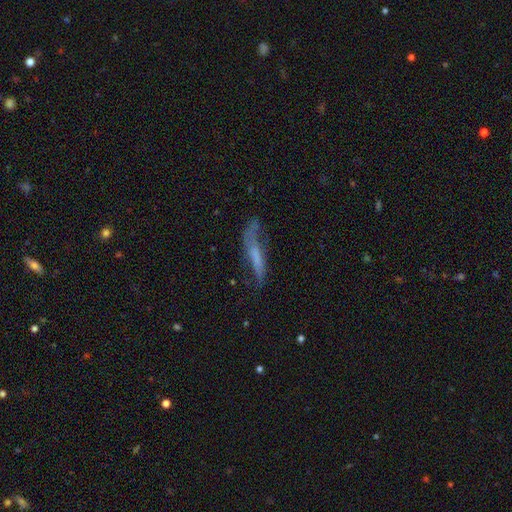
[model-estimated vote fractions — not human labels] Morphology: type=featured or disk (48%); merging=none (43%).